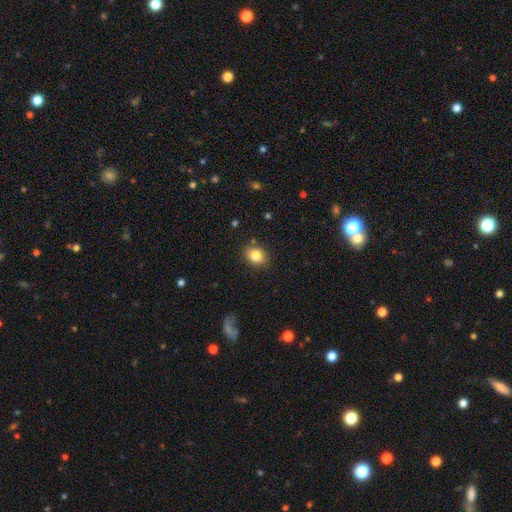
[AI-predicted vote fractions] Smooth or featured?
  - smooth: 83% *
  - star or artifact: 10%
  - featured or disk: 7%
How rounded?
  - round: 53% *
  - in between: 46%
  - cigar-shaped: 1%
Merging?
  - none: 86% *
  - minor disturbance: 10%
  - major disturbance: 2%
  - merger: 2%